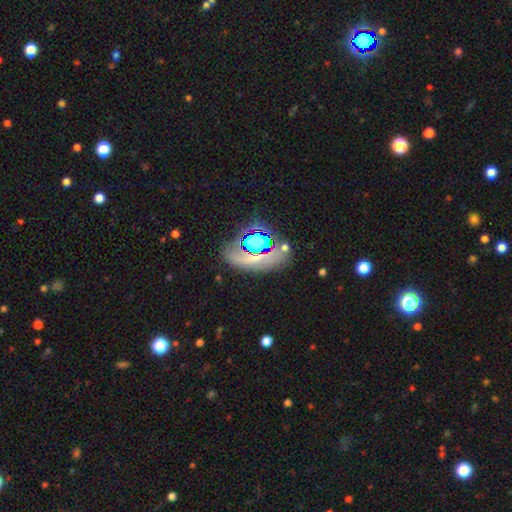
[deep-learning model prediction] smooth_or_featured: star or artifact (p=0.41) [alt: featured or disk p=0.30]